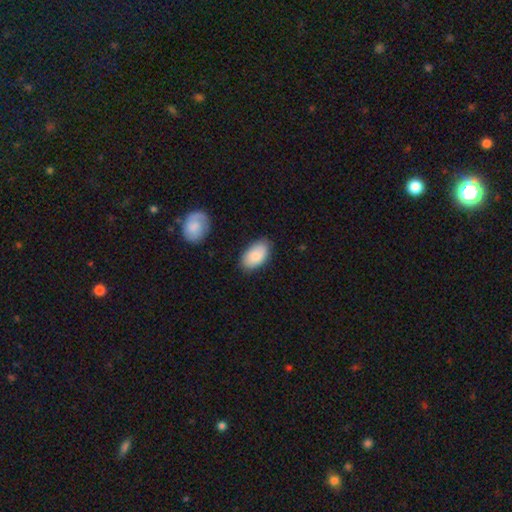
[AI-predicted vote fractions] Smooth or featured: smooth — 85% (featured or disk — 9%)
How rounded: in between — 94% (round — 4%)
Merging: none — 79% (minor disturbance — 15%)